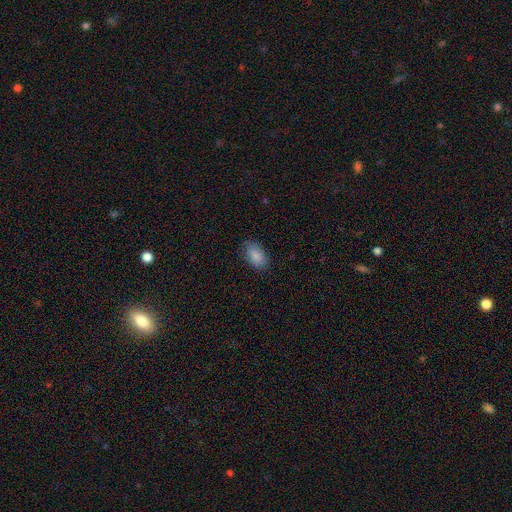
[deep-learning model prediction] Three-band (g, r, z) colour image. It shows a smooth galaxy with no disk features (88%) that is in between round and cigar-shaped (93%). Merging: none (81%).